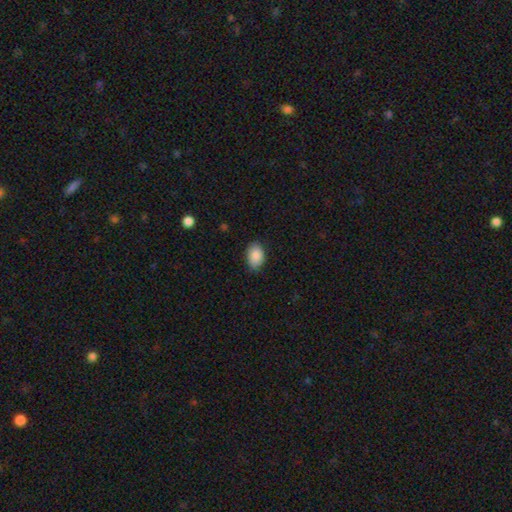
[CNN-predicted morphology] smooth-or-featured: smooth: 88% | star or artifact: 7% | featured or disk: 5%
  how-rounded: in between: 87% | round: 12% | cigar-shaped: 1%
  merging: none: 83% | minor disturbance: 14% | major disturbance: 2% | merger: 1%